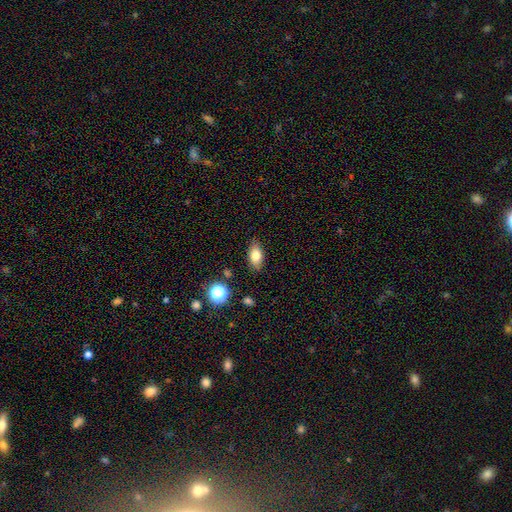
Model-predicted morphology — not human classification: The model was most divided on "smooth or featured": smooth: 78%, featured or disk: 13%, star or artifact: 9%. More confident: how rounded — in between (87%); merging — none (85%).